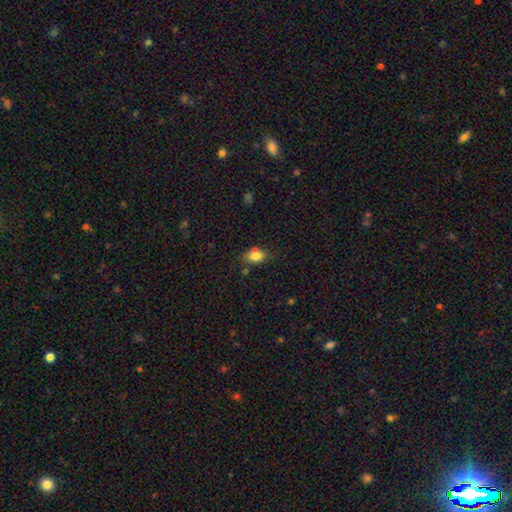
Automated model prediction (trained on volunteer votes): Smooth or featured? smooth (77%)
How rounded? in between (76%)
Merging? none (59%)